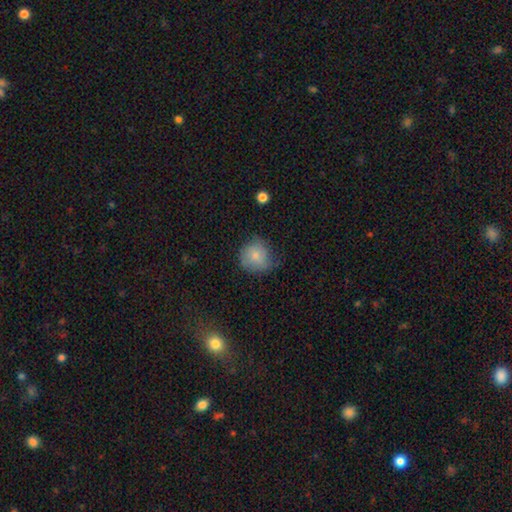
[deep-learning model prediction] Smooth or featured?
  - smooth: 75% *
  - featured or disk: 17%
  - star or artifact: 8%
How rounded?
  - round: 87% *
  - in between: 12%
  - cigar-shaped: 1%
Merging?
  - none: 59% *
  - minor disturbance: 30%
  - major disturbance: 9%
  - merger: 2%